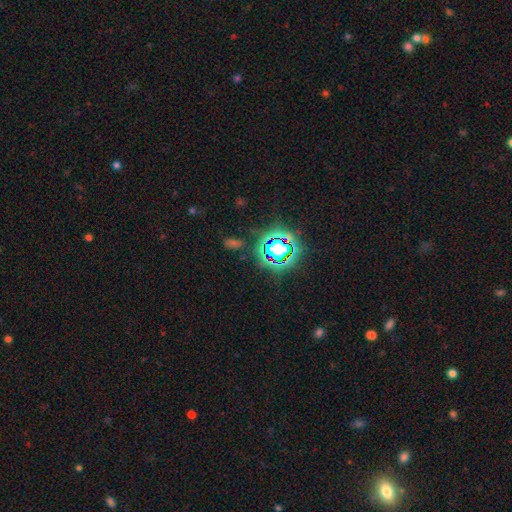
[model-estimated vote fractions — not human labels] Smooth or featured: star or artifact — 81% (smooth — 12%)